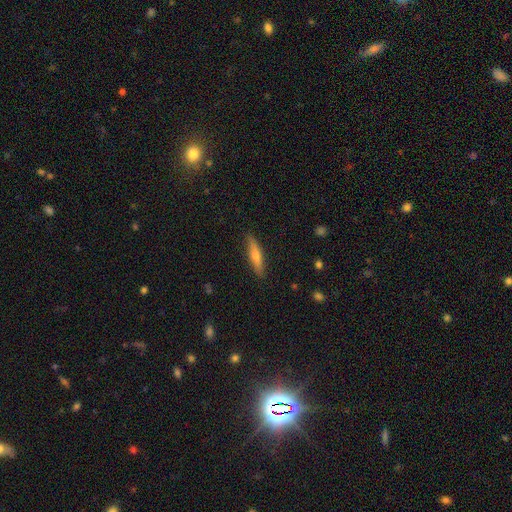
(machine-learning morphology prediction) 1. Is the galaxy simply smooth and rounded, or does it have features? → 68% smooth, 26% featured or disk, 6% star or artifact.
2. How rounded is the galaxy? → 81% cigar-shaped, 17% in between, 2% round.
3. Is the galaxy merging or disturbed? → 87% none, 10% minor disturbance, 2% major disturbance, 1% merger.